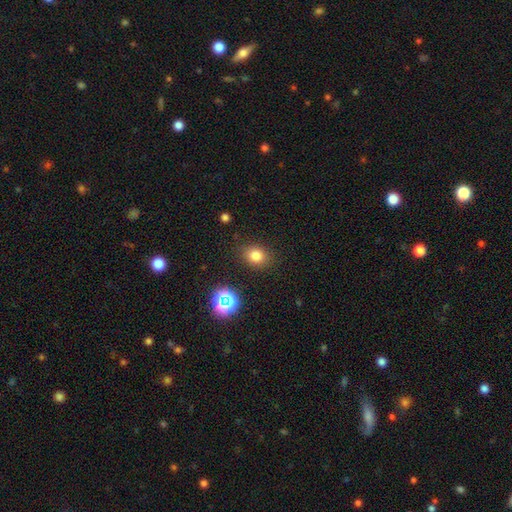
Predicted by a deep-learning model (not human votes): Morphology: type=smooth (78%); roundness=round (57%); merging=none (84%).